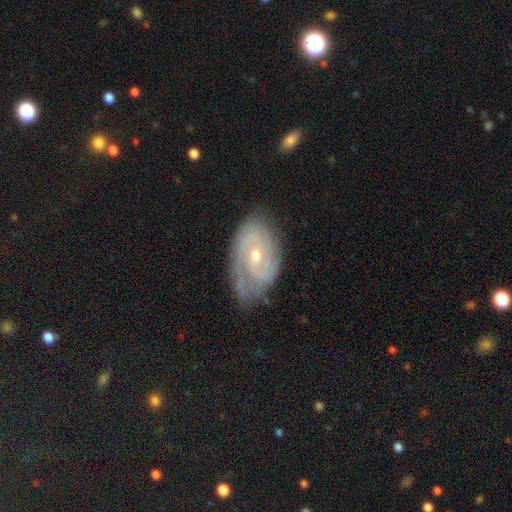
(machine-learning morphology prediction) smooth-or-featured: featured or disk: 88% | smooth: 7% | star or artifact: 5%
  disk-edge-on: no: 96% | yes: 4%
    bar: no: 53% | weak: 39% | strong: 8%
    has-spiral-arms: yes: 97% | no: 3%
      spiral-winding: tight: 64% | medium: 30% | loose: 6%
      spiral-arm-count: 2: 54% | can't tell: 17% | 3: 17% | 1: 4% | 4: 4% | more than 4: 3%
    bulge-size: small: 52% | moderate: 45% | large: 1% | none: 1% | dominant: 1%
  merging: none: 68% | minor disturbance: 24% | major disturbance: 7% | merger: 2%